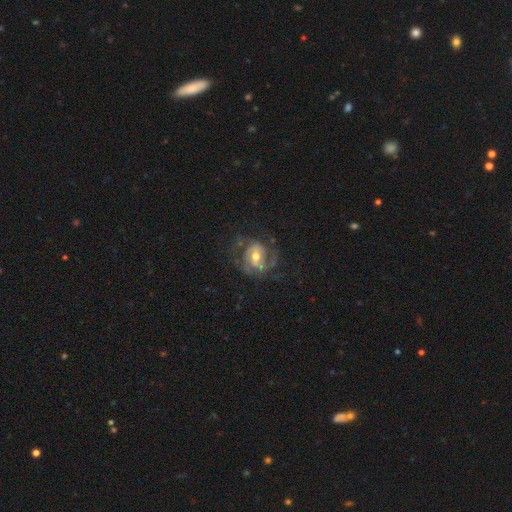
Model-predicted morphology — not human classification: This is clearly a featured or disk galaxy (82%). It is clearly not viewed edge-on (97%). Bar: marginally weak (43%). Spiral arm pattern: clearly yes (90%). Spiral arm count: possibly 2 (55%). Spiral winding: marginally medium (45%). Central bulge: likely moderate (72%). Merging: possibly none (59%).